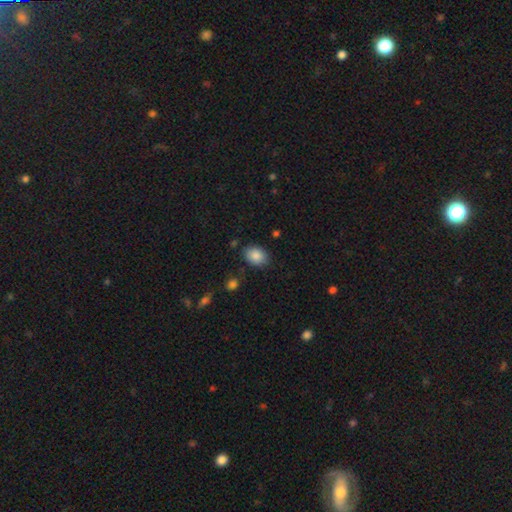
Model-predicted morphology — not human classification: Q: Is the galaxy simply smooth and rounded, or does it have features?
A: smooth — 87%.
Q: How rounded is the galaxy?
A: in between — 73%.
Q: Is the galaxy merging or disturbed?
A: none — 83%.